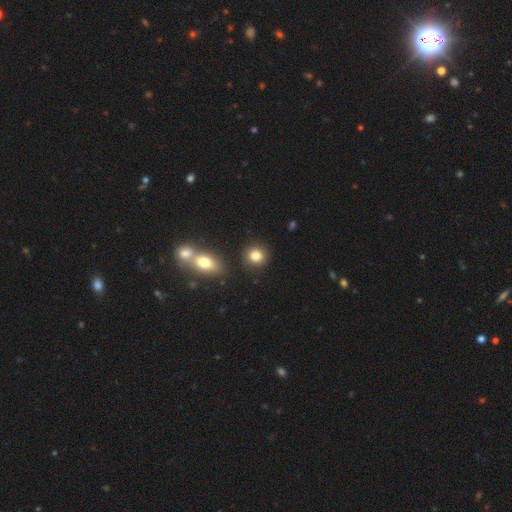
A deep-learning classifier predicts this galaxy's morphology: Smooth or featured? smooth (83%)
How rounded? round (83%)
Merging? none (85%)